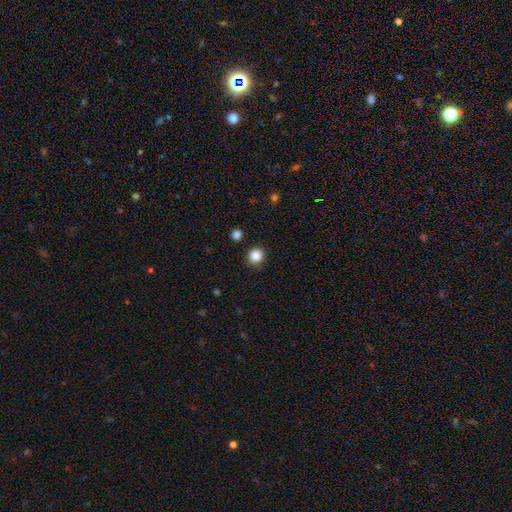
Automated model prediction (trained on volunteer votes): The model was most divided on "smooth or featured": smooth: 86%, star or artifact: 11%, featured or disk: 3%. More confident: how rounded — round (90%); merging — none (88%).